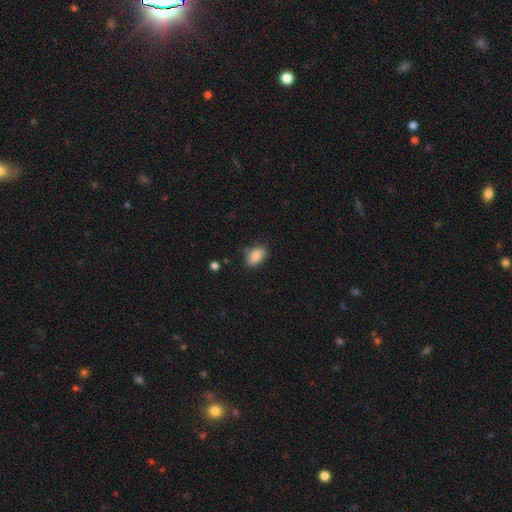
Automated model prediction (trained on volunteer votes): Smooth or featured?
  - smooth: 87% *
  - star or artifact: 8%
  - featured or disk: 5%
How rounded?
  - in between: 89% *
  - round: 9%
  - cigar-shaped: 2%
Merging?
  - none: 75% *
  - minor disturbance: 19%
  - major disturbance: 4%
  - merger: 2%